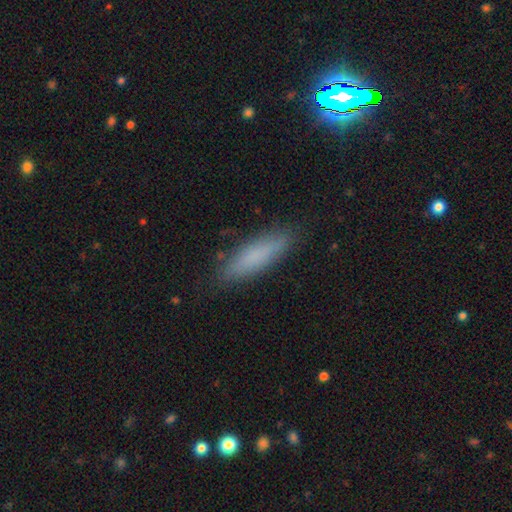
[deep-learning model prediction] A smooth galaxy with no disk features (77%) that is cigar-shaped (69%).

Vote fractions:
- Smooth or featured? smooth: 77% / featured or disk: 14% / star or artifact: 9%
- How rounded? cigar-shaped: 69% / in between: 30% / round: 2%
- Merging? none: 85% / minor disturbance: 11% / major disturbance: 3% / merger: 1%